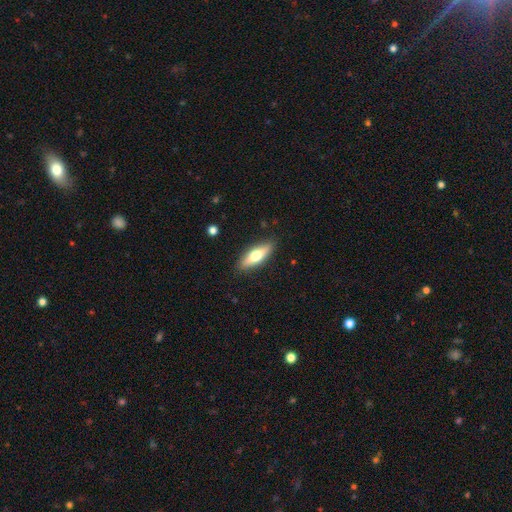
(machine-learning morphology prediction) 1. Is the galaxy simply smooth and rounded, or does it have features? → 58% smooth, 36% featured or disk, 6% star or artifact.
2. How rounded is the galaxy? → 52% in between, 46% cigar-shaped, 2% round.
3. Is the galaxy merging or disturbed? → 88% none, 9% minor disturbance, 2% major disturbance, 1% merger.